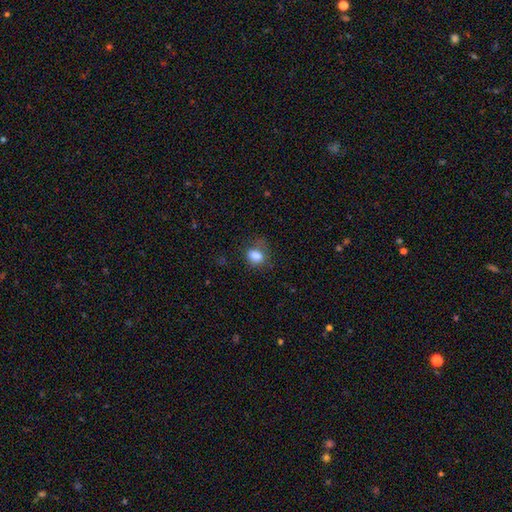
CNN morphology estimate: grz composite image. It shows a smooth galaxy with no disk features (82%) that is in between round and cigar-shaped (67%). Merging: none (55%).